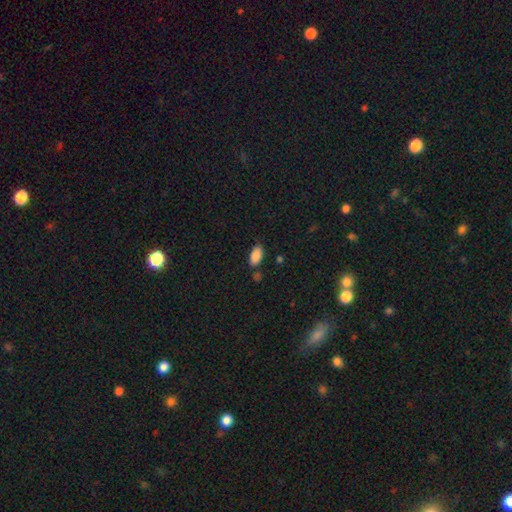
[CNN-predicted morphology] Smooth or featured?
  - smooth: 88% *
  - star or artifact: 7%
  - featured or disk: 5%
How rounded?
  - in between: 92% *
  - cigar-shaped: 5%
  - round: 2%
Merging?
  - none: 77% *
  - minor disturbance: 15%
  - merger: 5%
  - major disturbance: 3%